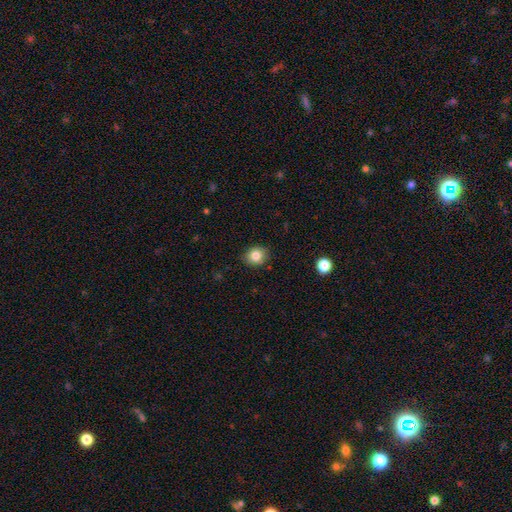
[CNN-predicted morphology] Smooth or featured: smooth — 83% (star or artifact — 10%)
How rounded: round — 71% (in between — 28%)
Merging: none — 88% (minor disturbance — 9%)